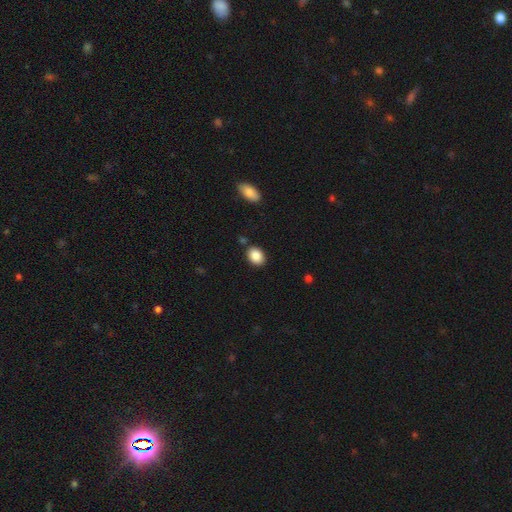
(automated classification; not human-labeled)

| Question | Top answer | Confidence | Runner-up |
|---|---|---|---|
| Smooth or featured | smooth | 88% | star or artifact (8%) |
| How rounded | in between | 69% | round (30%) |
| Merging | none | 83% | minor disturbance (10%) |